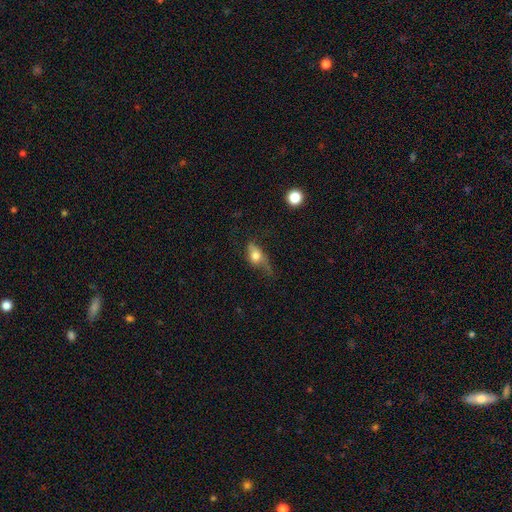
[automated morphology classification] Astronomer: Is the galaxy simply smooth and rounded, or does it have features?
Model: smooth — 63%.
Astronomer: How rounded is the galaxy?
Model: in between — 73%.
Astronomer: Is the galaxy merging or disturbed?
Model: none — 34%, tied with minor disturbance at 34%.